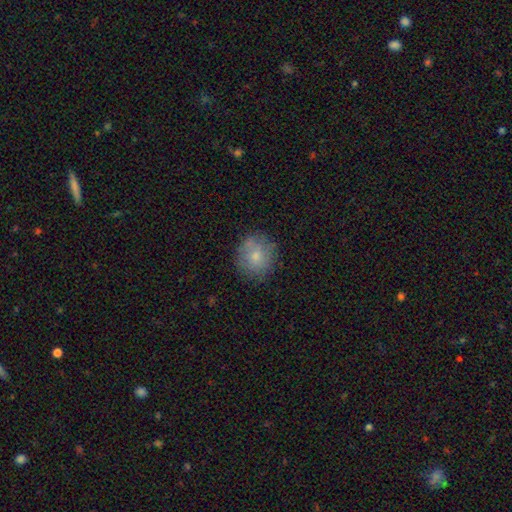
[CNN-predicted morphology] This is likely a smooth galaxy (73%). How rounded: clearly round (81%). Merging: likely none (76%).